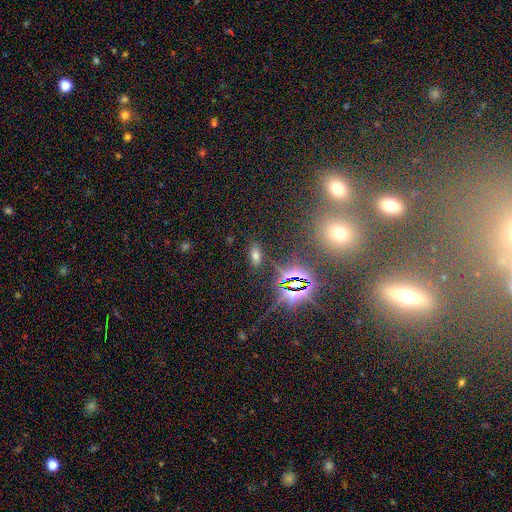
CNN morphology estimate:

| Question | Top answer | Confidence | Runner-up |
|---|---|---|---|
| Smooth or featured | smooth | 54% | star or artifact (36%) |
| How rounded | in between | 83% | cigar-shaped (12%) |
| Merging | none | 84% | minor disturbance (10%) |